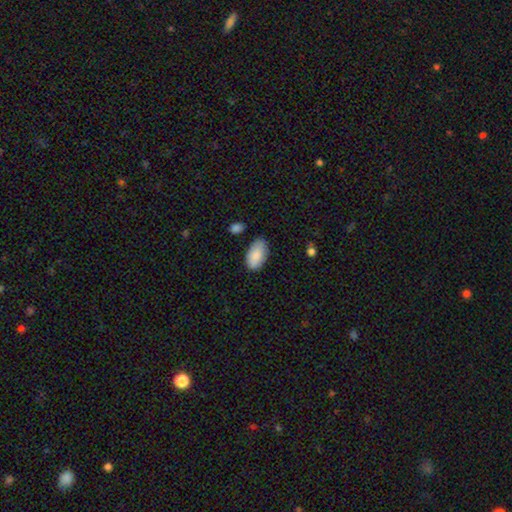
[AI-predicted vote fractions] smooth 87%, featured or disk 7%, star or artifact 6%. Down the decision tree: how rounded — in between (95%); merging — none (71%).